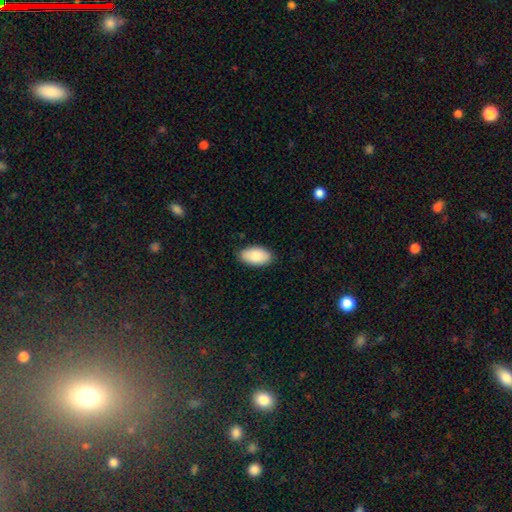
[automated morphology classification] type=smooth (87%); roundness=in between (95%); merging=none (86%).